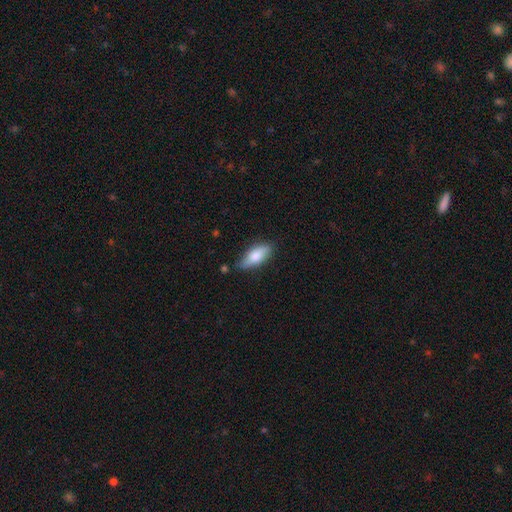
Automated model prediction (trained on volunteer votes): This appears to be a smooth galaxy with no disk features (71%) that is in between round and cigar-shaped (72%). Merging: none (76%).